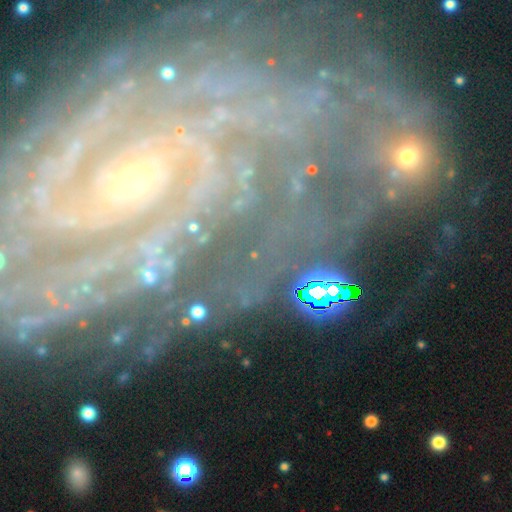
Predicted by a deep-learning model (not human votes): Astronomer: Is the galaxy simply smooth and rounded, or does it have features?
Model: featured or disk — 75%.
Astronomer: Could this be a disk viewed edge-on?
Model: no — 94%.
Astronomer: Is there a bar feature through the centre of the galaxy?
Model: no — 57%.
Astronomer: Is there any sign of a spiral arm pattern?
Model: yes — 93%.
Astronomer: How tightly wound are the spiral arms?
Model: tight — 77%.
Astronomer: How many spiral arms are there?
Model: can't tell — 28% (runner-up: more than 4, 17%).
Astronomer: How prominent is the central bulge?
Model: small — 67%.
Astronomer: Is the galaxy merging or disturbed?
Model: none — 71%.